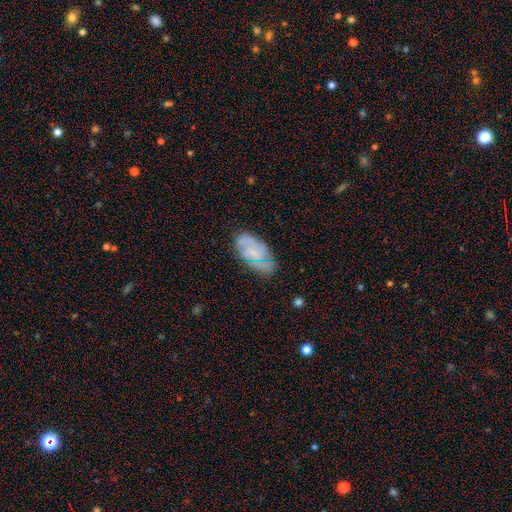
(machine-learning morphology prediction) A featured or disk galaxy (52%).

Vote fractions:
- Smooth or featured? featured or disk: 52% / smooth: 38% / star or artifact: 10%
- Edge-on disk? no: 95% / yes: 5%
- Merging? none: 71% / minor disturbance: 20% / major disturbance: 7% / merger: 2%